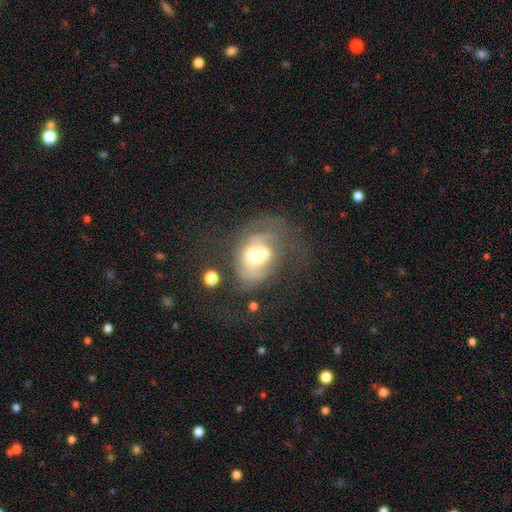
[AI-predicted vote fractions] featured or disk 57%, smooth 33%, star or artifact 9%. Down the decision tree: edge-on disk — no (97%); bar — no (80%); spiral arms — yes (52%); bulge size — moderate (61%); merging — merger (33%).